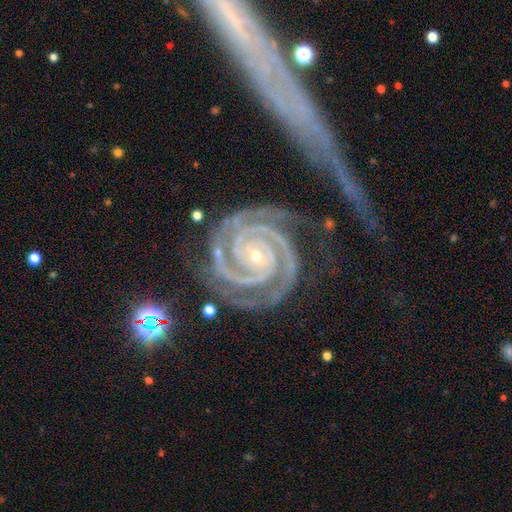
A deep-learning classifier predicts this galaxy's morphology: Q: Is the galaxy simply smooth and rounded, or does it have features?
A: featured or disk — 94%.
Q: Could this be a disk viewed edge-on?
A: no — 98%.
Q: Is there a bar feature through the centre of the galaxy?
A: no — 68%.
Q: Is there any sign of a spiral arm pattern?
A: yes — 99%.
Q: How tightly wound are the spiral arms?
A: tight — 87%.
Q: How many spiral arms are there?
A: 2 — 74%.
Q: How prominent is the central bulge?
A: small — 83%.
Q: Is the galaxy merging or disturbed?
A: none — 66%.